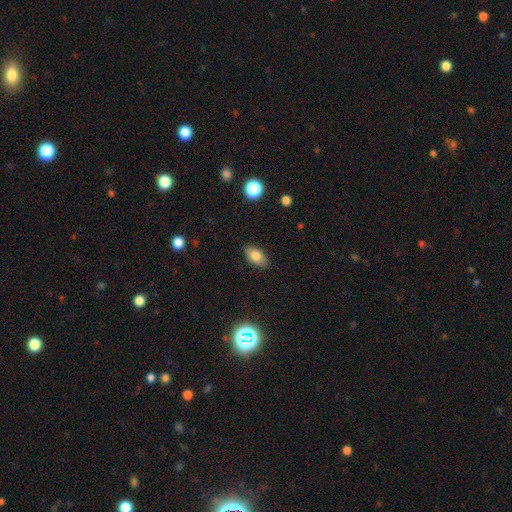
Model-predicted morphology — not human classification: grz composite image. It shows a smooth galaxy with no disk features (80%) that is in between round and cigar-shaped (90%). Merging: none (86%).